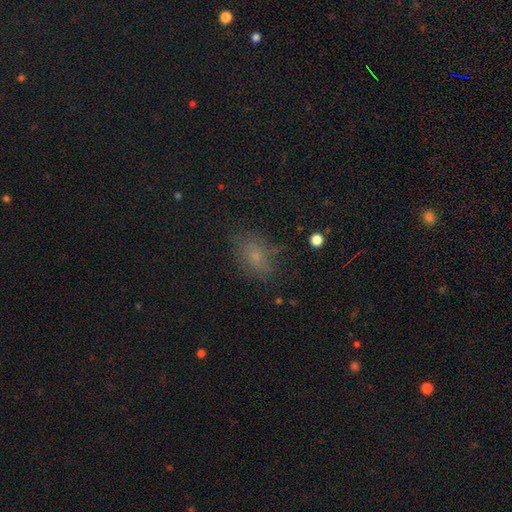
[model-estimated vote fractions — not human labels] Morphology: type=smooth (65%); roundness=in between (72%); merging=none (69%).